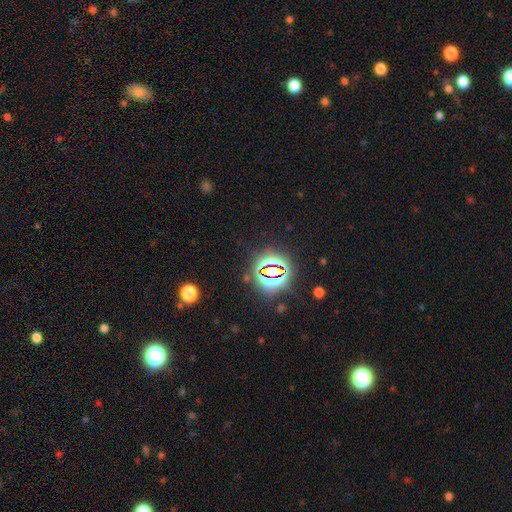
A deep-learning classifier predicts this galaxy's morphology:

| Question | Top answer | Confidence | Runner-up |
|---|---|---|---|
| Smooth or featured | star or artifact | 80% | smooth (13%) |